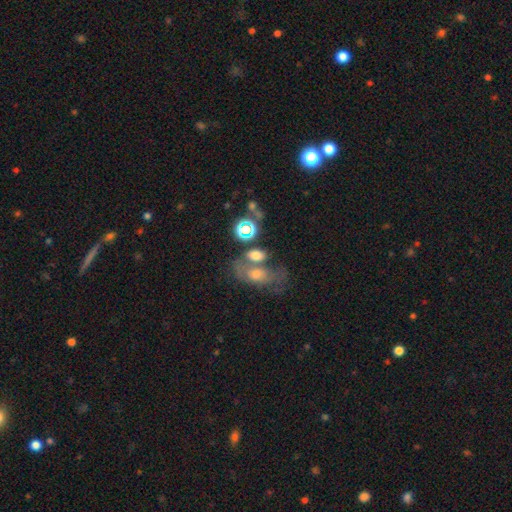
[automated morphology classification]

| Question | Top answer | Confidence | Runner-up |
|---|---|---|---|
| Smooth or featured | smooth | 60% | featured or disk (22%) |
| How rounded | in between | 79% | round (18%) |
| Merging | merger | 41% | none (32%) |